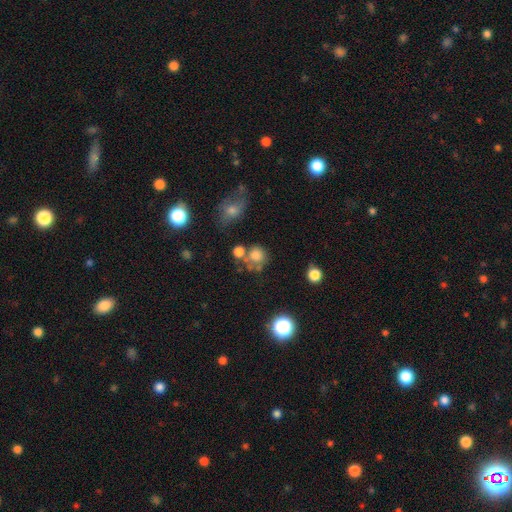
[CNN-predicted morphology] Smooth or featured? Predicted: smooth (p=0.73). How rounded? Predicted: round (p=0.79). Merging? Predicted: none (p=0.45).